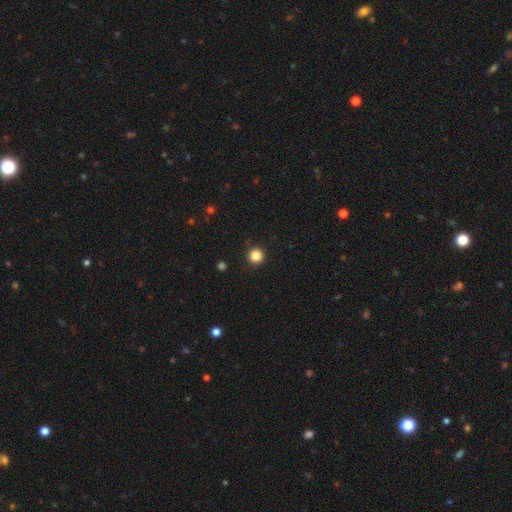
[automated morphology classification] type=smooth (85%); roundness=round (96%); merging=none (93%).